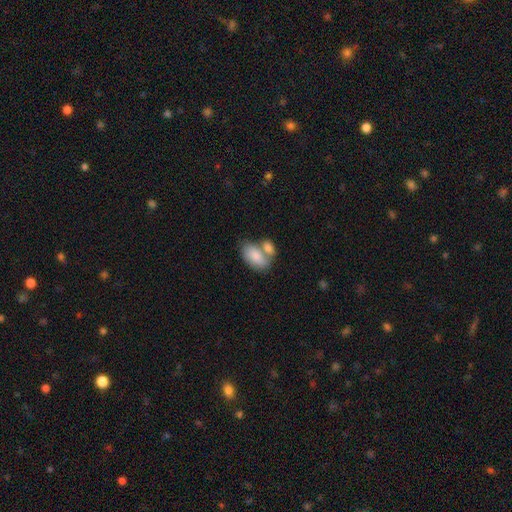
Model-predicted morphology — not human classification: Smooth or featured?
  - smooth: 80% *
  - featured or disk: 14%
  - star or artifact: 6%
How rounded?
  - in between: 92% *
  - round: 6%
  - cigar-shaped: 2%
Merging?
  - merger: 56% *
  - none: 28%
  - minor disturbance: 11%
  - major disturbance: 5%